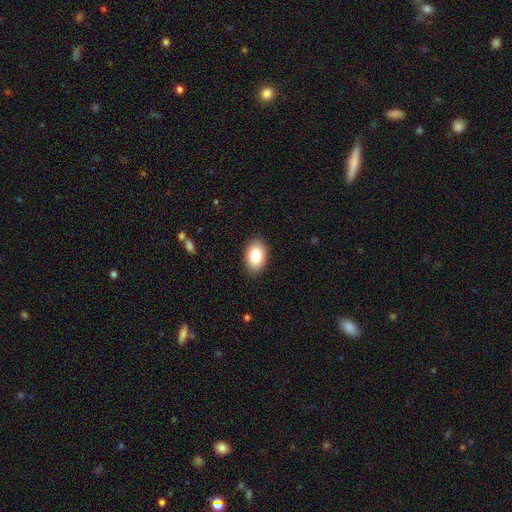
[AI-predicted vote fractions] Smooth or featured?
  - smooth: 86% *
  - star or artifact: 7%
  - featured or disk: 7%
How rounded?
  - in between: 92% *
  - round: 7%
  - cigar-shaped: 1%
Merging?
  - none: 87% *
  - minor disturbance: 10%
  - major disturbance: 2%
  - merger: 1%